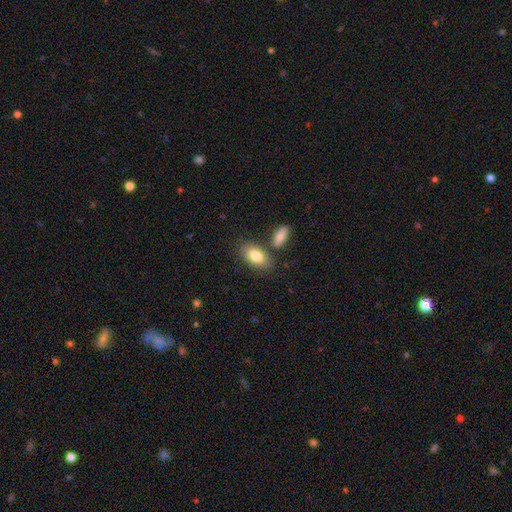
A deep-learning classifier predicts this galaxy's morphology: A smooth galaxy with no disk features (82%) that is in between round and cigar-shaped (92%).

Vote fractions:
- Smooth or featured? smooth: 82% / featured or disk: 12% / star or artifact: 6%
- How rounded? in between: 92% / round: 4% / cigar-shaped: 4%
- Merging? none: 69% / merger: 16% / minor disturbance: 12% / major disturbance: 3%